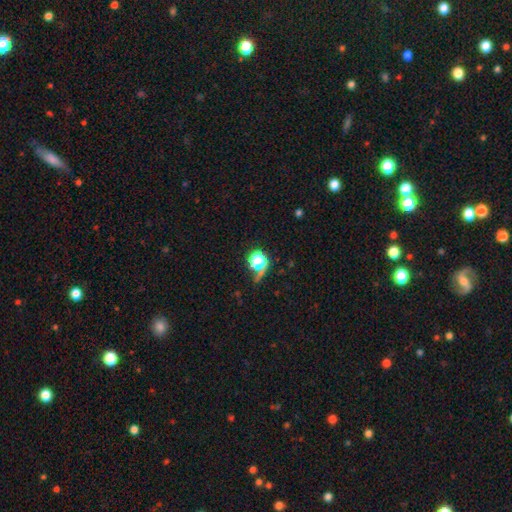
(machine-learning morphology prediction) A smooth galaxy with no disk features (47%).

Vote fractions:
- Smooth or featured? smooth: 47% / star or artifact: 42% / featured or disk: 11%
- Merging? none: 62% / major disturbance: 15% / minor disturbance: 13% / merger: 10%